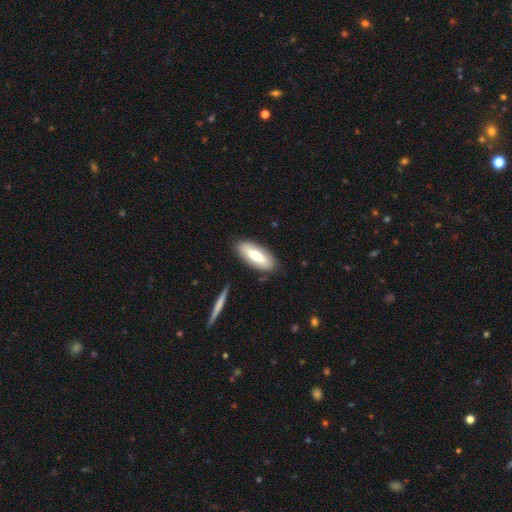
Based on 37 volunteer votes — Q: Smooth or featured?
A: smooth (68%); runner-up: featured or disk (30%)
Q: How rounded?
A: in between (92%); runner-up: round (8%)
Q: Merging?
A: none (89%); runner-up: minor disturbance (8%)